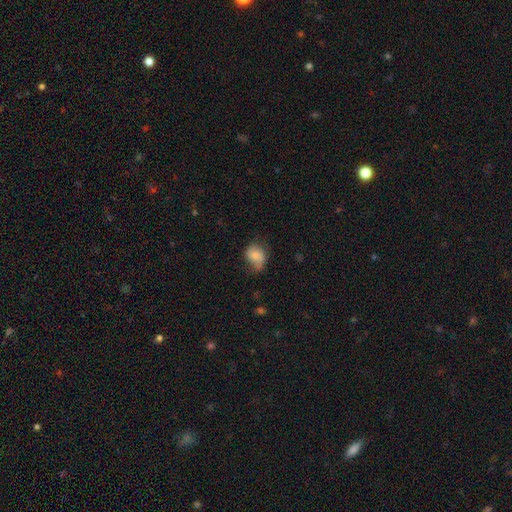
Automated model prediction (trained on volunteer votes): Smooth or featured? Predicted: smooth (p=0.66). How rounded? Predicted: in between (p=0.51). Merging? Predicted: none (p=0.46).